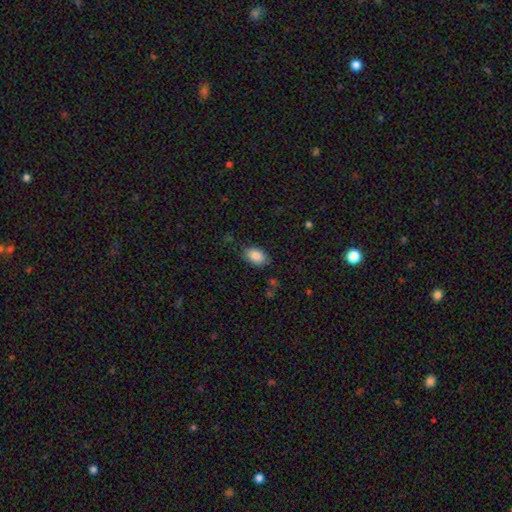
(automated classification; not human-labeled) Smooth or featured? Predicted: smooth (p=0.88). How rounded? Predicted: in between (p=0.92). Merging? Predicted: none (p=0.85).